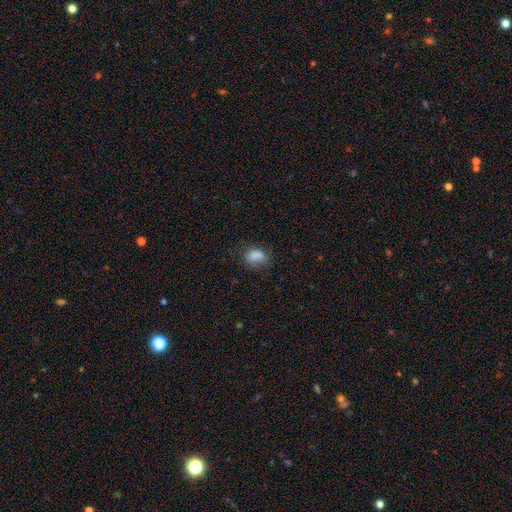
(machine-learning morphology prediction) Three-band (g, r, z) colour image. It shows a smooth galaxy with no disk features (82%) that is in between round and cigar-shaped (76%). Merging: none (61%).